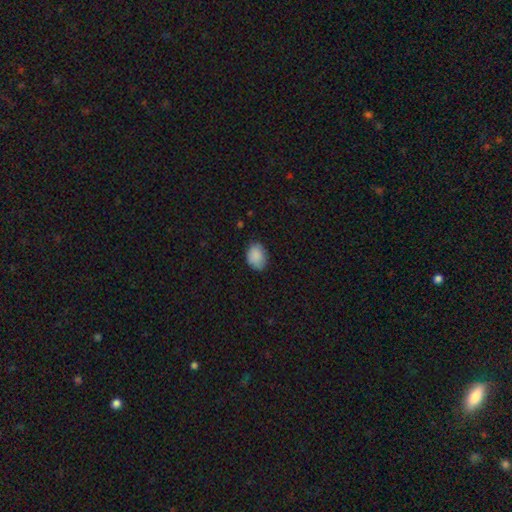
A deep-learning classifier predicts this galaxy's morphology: Smooth or featured: smooth — 88% (star or artifact — 8%)
How rounded: in between — 67% (round — 32%)
Merging: none — 76% (minor disturbance — 20%)